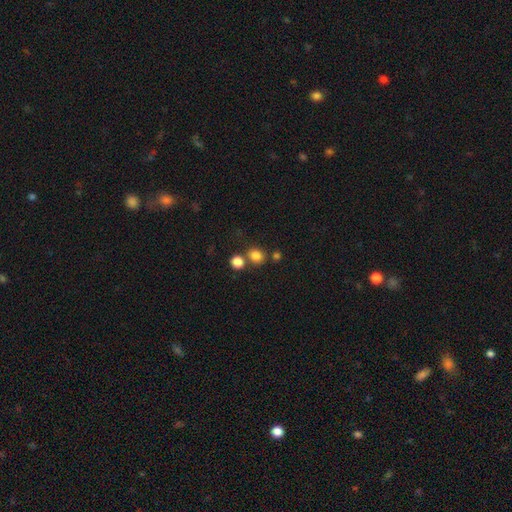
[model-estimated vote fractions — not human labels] Morphology: type=smooth (81%); roundness=round (74%); merging=none (66%).